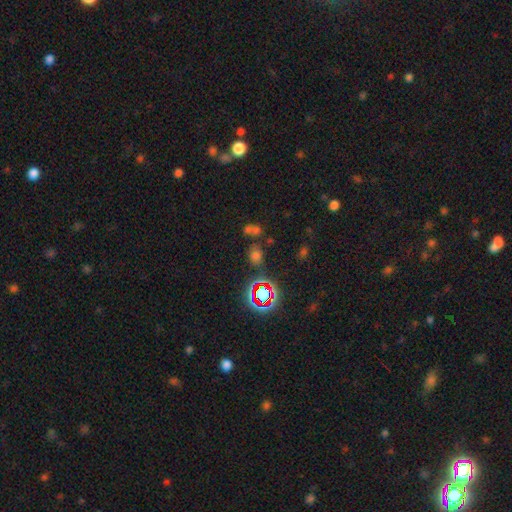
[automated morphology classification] smooth 48%, star or artifact 43%, featured or disk 9%. Down the decision tree: merging — none (64%).